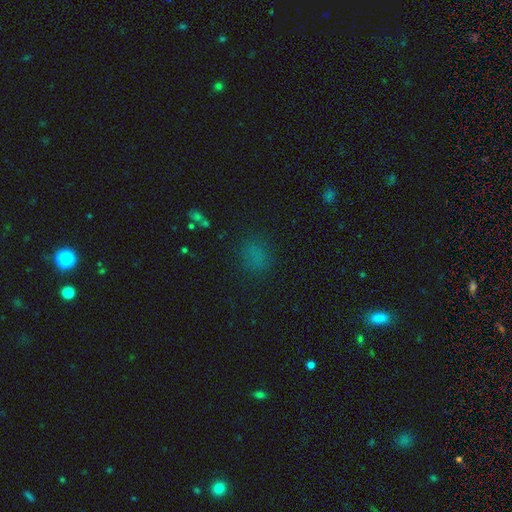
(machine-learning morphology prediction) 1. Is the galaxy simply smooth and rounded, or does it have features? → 66% smooth, 27% star or artifact, 7% featured or disk.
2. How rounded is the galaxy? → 57% round, 40% in between, 2% cigar-shaped.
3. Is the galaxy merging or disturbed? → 78% none, 13% minor disturbance, 6% major disturbance, 2% merger.